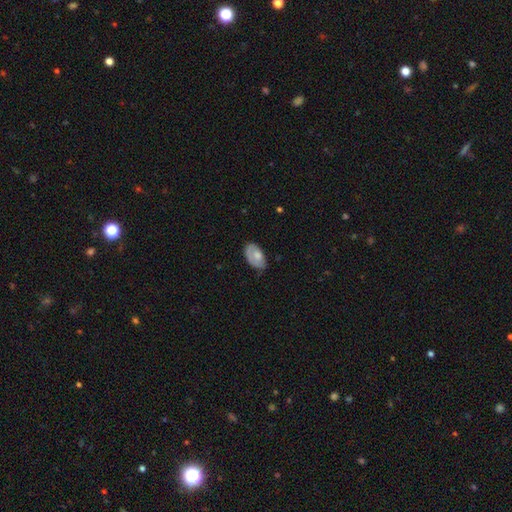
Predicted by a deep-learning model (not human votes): Morphology: type=smooth (66%); roundness=in between (93%); merging=none (58%).